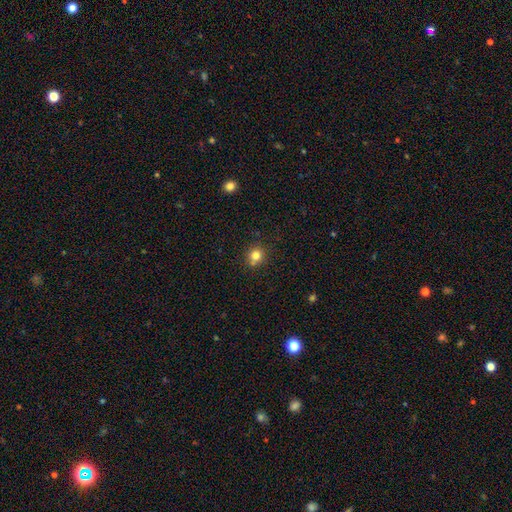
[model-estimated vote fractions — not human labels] This appears to be a smooth galaxy with no disk features (80%) that is round (89%). Merging: none (74%).